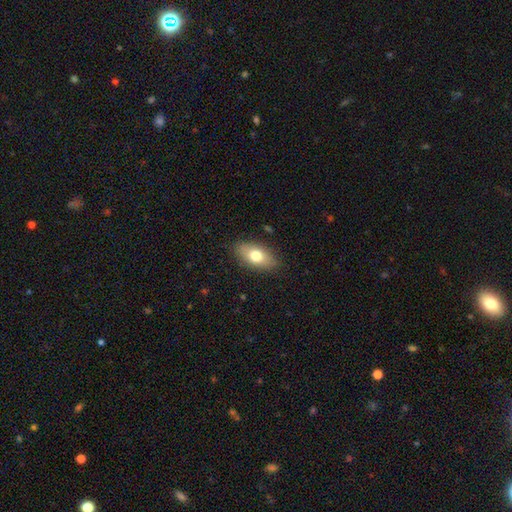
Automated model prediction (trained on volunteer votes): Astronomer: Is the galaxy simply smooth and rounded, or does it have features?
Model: smooth — 74%.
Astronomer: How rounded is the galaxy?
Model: in between — 88%.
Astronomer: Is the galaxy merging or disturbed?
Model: none — 86%.